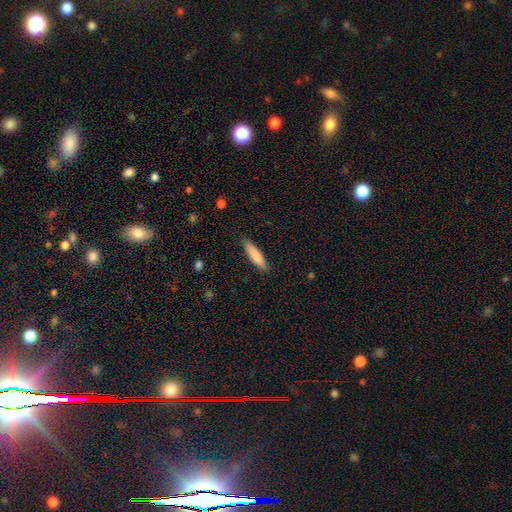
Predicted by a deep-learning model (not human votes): Q: Smooth or featured?
A: smooth (80%); runner-up: featured or disk (14%)
Q: How rounded?
A: cigar-shaped (77%); runner-up: in between (22%)
Q: Merging?
A: none (88%); runner-up: minor disturbance (9%)